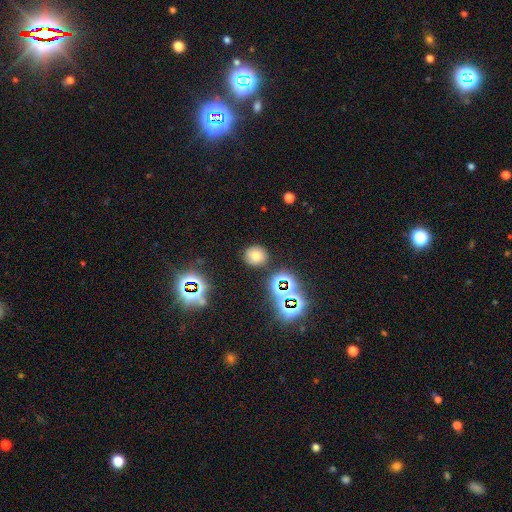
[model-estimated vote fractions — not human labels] Smooth or featured? Predicted: smooth (p=0.62). How rounded? Predicted: round (p=0.78). Merging? Predicted: none (p=0.85).